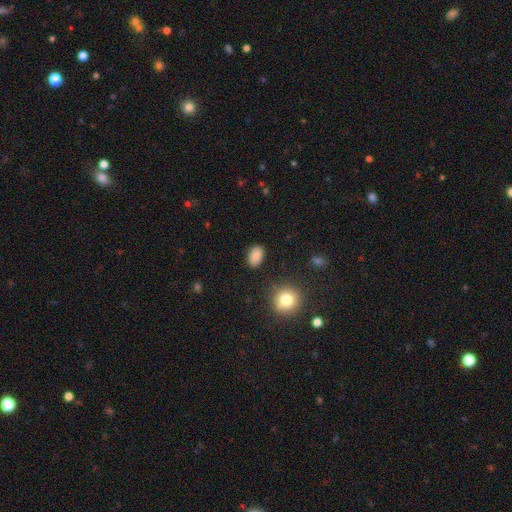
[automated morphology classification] smooth-or-featured: smooth: 84% | star or artifact: 9% | featured or disk: 7%
  how-rounded: in between: 85% | round: 13% | cigar-shaped: 1%
  merging: none: 86% | minor disturbance: 9% | major disturbance: 3% | merger: 2%